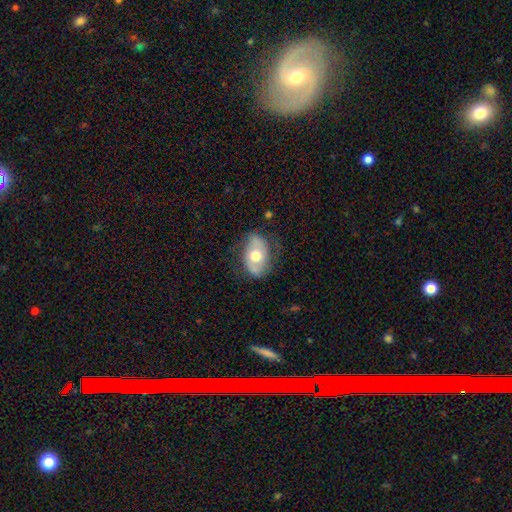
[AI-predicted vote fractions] featured or disk 48%, smooth 45%, star or artifact 6%. Down the decision tree: merging — none (67%).